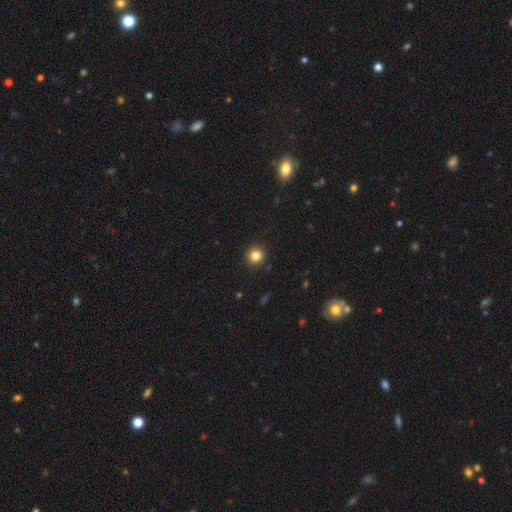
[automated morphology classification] smooth_or_featured: smooth (p=0.83) [alt: star or artifact p=0.12]
how_rounded: round (p=0.94) [alt: in between p=0.05]
merging: none (p=0.92) [alt: minor disturbance p=0.05]